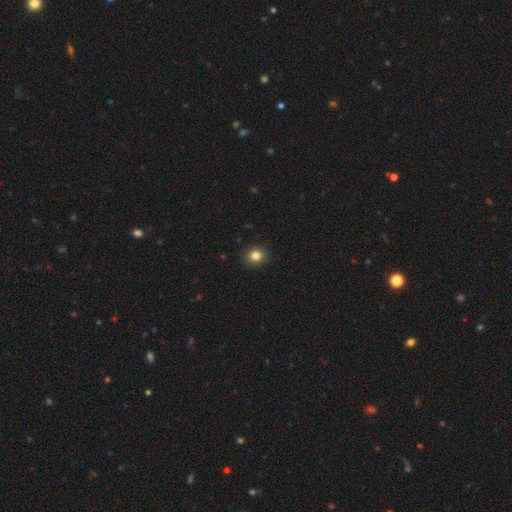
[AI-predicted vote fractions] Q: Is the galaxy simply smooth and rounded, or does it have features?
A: smooth — 82%.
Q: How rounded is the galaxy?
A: round — 83%.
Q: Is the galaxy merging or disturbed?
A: none — 91%.